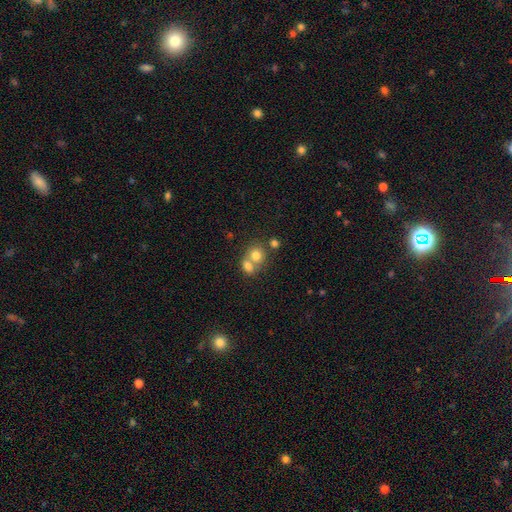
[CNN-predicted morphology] Overall: smooth (75%). How rounded: round (69%; in between 30%). Merging: merger (58%; none 33%).